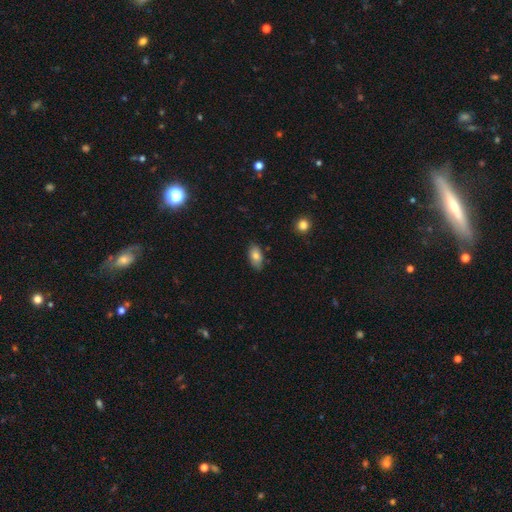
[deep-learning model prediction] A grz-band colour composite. It shows a smooth galaxy with no disk features (79%) that is in between round and cigar-shaped (91%). Merging: none (83%).